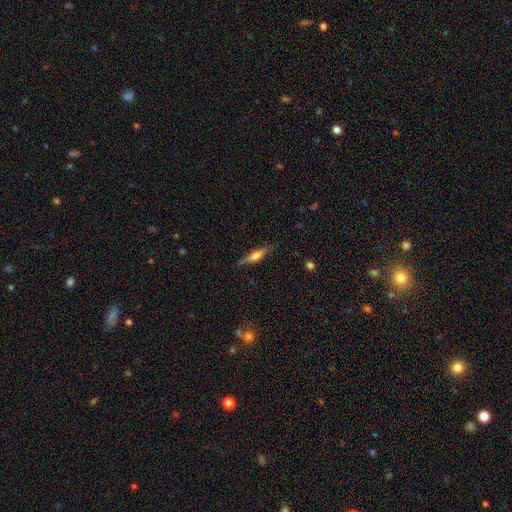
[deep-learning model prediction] This appears to be a smooth galaxy with no disk features (54%) that is cigar-shaped (75%). Merging: none (77%).